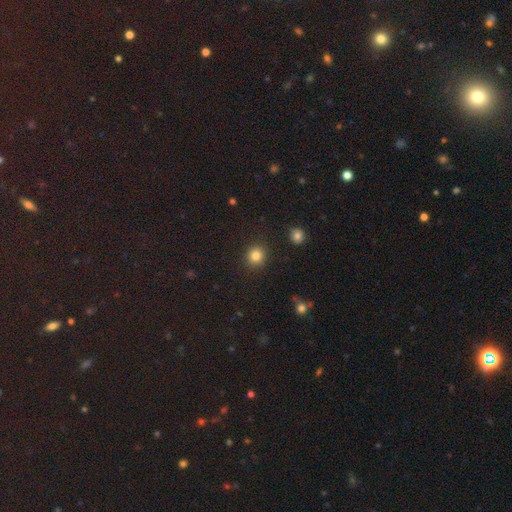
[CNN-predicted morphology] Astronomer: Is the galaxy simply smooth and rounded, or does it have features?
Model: smooth — 83%.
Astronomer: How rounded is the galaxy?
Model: round — 87%.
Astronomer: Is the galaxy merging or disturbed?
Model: none — 90%.